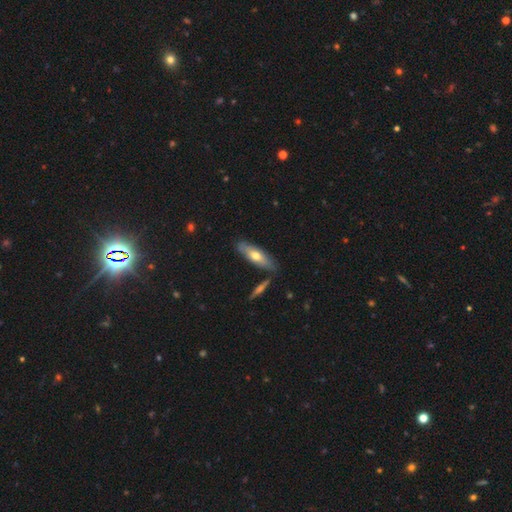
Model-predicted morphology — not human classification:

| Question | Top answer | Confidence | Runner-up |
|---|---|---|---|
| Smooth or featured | smooth | 53% | featured or disk (41%) |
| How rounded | in between | 50% | cigar-shaped (47%) |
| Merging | none | 80% | minor disturbance (12%) |